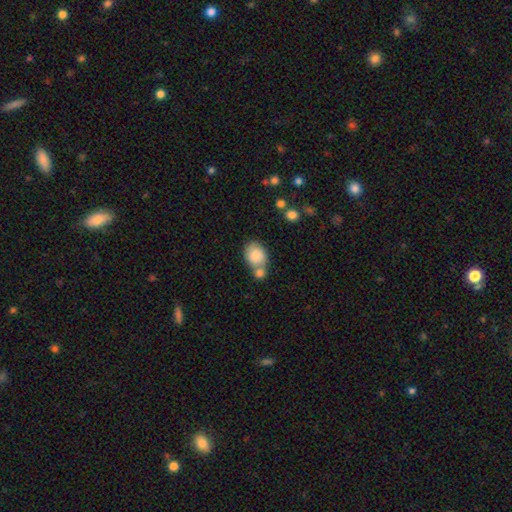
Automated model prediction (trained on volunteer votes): Smooth or featured?
  - smooth: 84% *
  - featured or disk: 10%
  - star or artifact: 7%
How rounded?
  - in between: 58% *
  - round: 41%
  - cigar-shaped: 1%
Merging?
  - merger: 46% *
  - none: 36%
  - minor disturbance: 13%
  - major disturbance: 5%